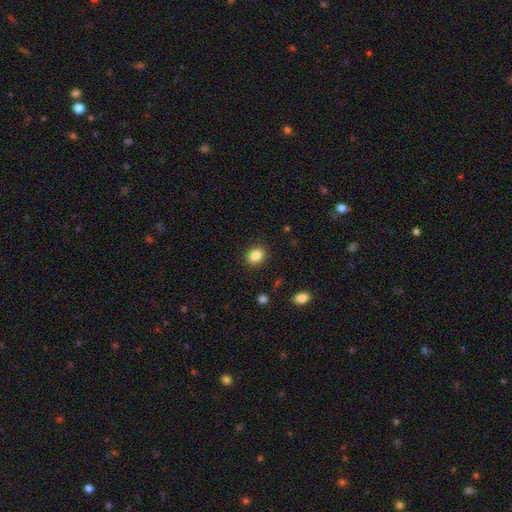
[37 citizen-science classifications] Q: Smooth or featured?
A: smooth (84%); runner-up: featured or disk (14%)
Q: How rounded?
A: in between (65%); runner-up: round (35%)
Q: Merging?
A: none (78%); runner-up: minor disturbance (14%)